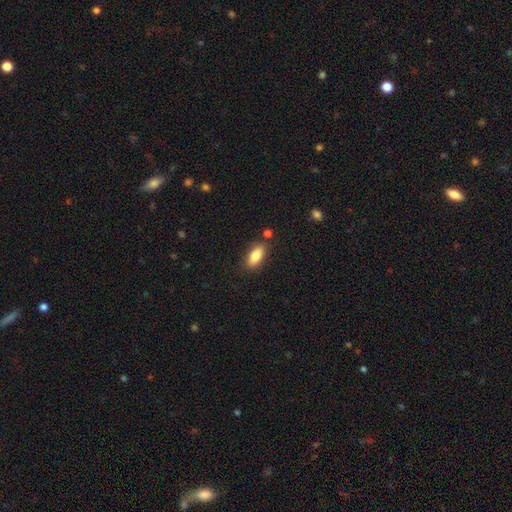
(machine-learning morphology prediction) Smooth or featured? Predicted: smooth (p=0.83). How rounded? Predicted: in between (p=0.85). Merging? Predicted: none (p=0.80).